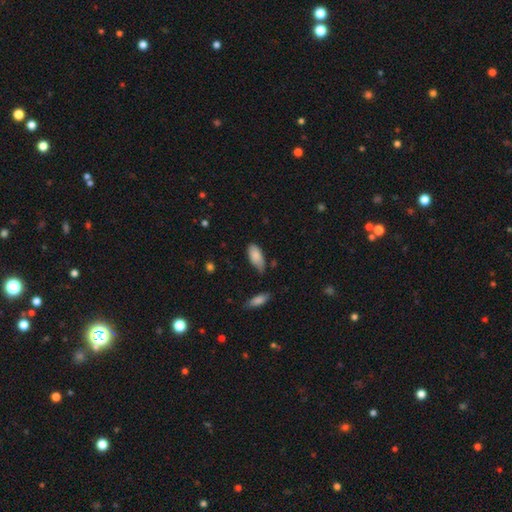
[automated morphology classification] smooth 85%, featured or disk 9%, star or artifact 7%. Down the decision tree: how rounded — in between (89%); merging — none (58%).